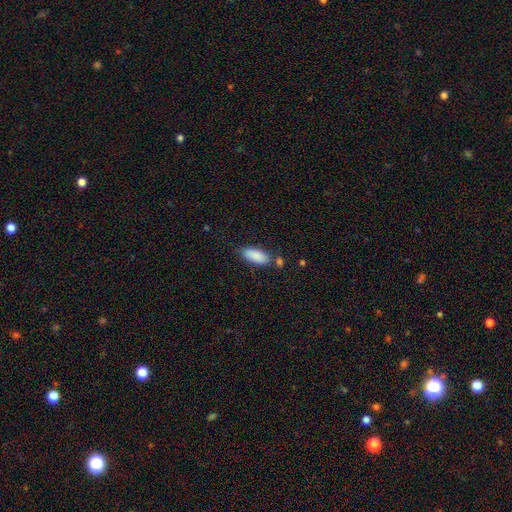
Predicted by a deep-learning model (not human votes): Smooth or featured? smooth (88%)
How rounded? in between (85%)
Merging? none (71%)